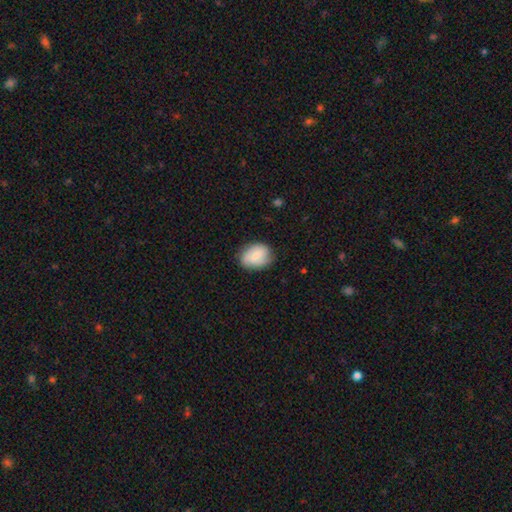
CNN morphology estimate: Q: Smooth or featured?
A: smooth (67%); runner-up: featured or disk (26%)
Q: How rounded?
A: in between (66%); runner-up: round (33%)
Q: Merging?
A: none (75%); runner-up: minor disturbance (19%)